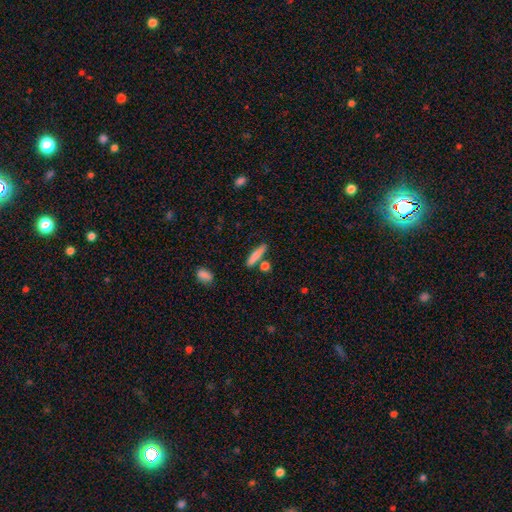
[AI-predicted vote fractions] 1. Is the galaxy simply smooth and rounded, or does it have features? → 78% smooth, 16% featured or disk, 7% star or artifact.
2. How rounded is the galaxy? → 84% cigar-shaped, 13% in between, 3% round.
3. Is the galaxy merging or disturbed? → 77% none, 10% minor disturbance, 10% merger, 3% major disturbance.